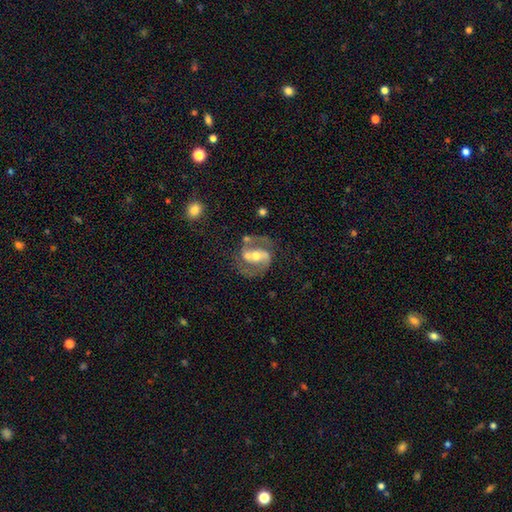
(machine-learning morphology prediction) A featured or disk galaxy (85%) with a strong bar (37%), 2 (90%) medium (58%) spiral arms (93%) and a moderate central bulge (63%).

Vote fractions:
- Smooth or featured? featured or disk: 85% / smooth: 9% / star or artifact: 6%
- Edge-on disk? no: 97% / yes: 3%
- Bar? strong: 37% / weak: 36% / no: 27%
- Spiral arms? yes: 93% / no: 7%
- Spiral winding? medium: 58% / loose: 22% / tight: 20%
- Spiral arm count? 2: 90% / can't tell: 4% / 1: 3% / 3: 1% / 4: 1% / more than 4: 1%
- Bulge size? moderate: 63% / small: 27% / large: 7% / none: 2% / dominant: 1%
- Merging? none: 60% / minor disturbance: 16% / merger: 13% / major disturbance: 11%